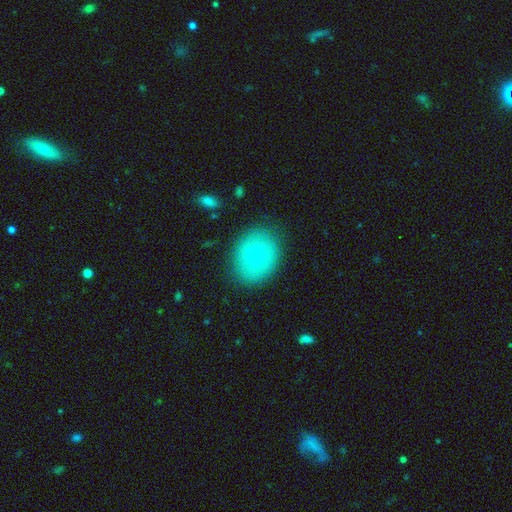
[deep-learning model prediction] Overall: smooth (66%). How rounded: round (55%; in between 44%). Merging: none (85%).